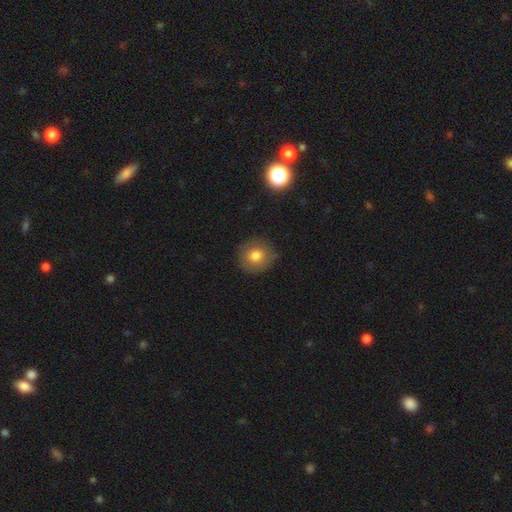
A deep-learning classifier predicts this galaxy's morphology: Smooth or featured?
  - smooth: 76% *
  - featured or disk: 14%
  - star or artifact: 10%
How rounded?
  - round: 90% *
  - in between: 9%
  - cigar-shaped: 1%
Merging?
  - none: 86% *
  - minor disturbance: 10%
  - major disturbance: 3%
  - merger: 1%